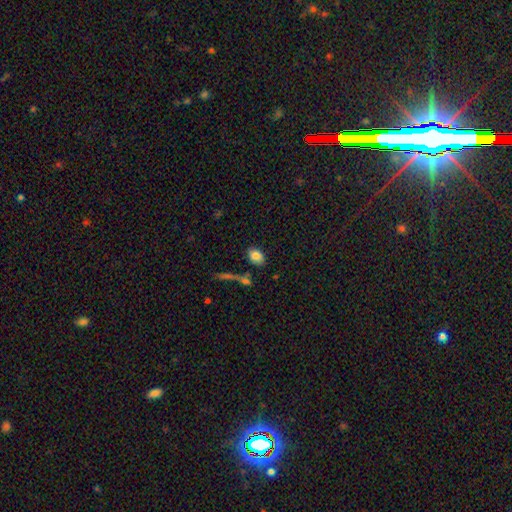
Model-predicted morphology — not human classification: This appears to be a smooth galaxy with no disk features (83%) that is in between round and cigar-shaped (83%). Merging: none (76%).